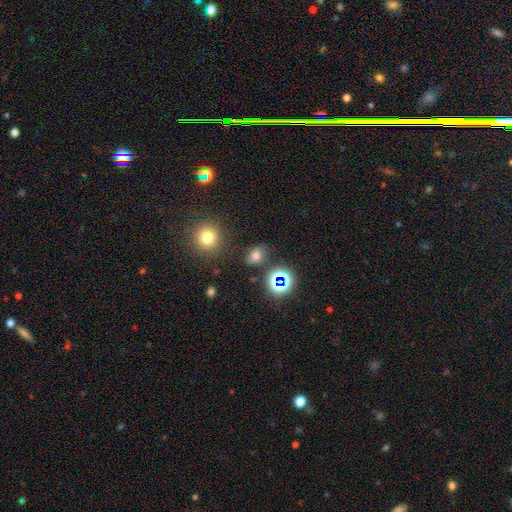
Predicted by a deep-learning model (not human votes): Overall: smooth (63%; star or artifact 28%). How rounded: in between (69%). Merging: none (77%).